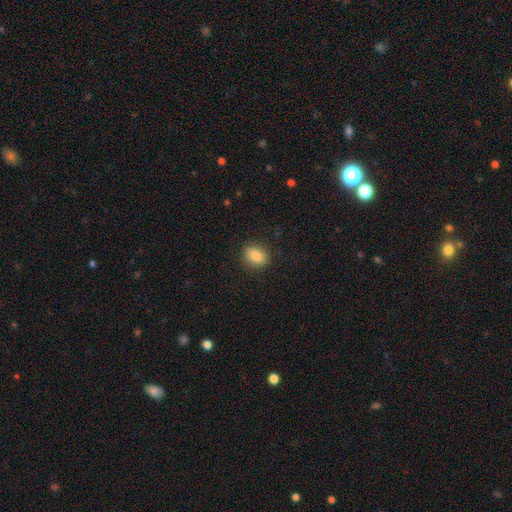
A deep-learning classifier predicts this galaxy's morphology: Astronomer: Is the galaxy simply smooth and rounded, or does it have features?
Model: smooth — 86%.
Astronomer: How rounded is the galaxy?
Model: in between — 69%.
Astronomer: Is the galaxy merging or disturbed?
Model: none — 87%.